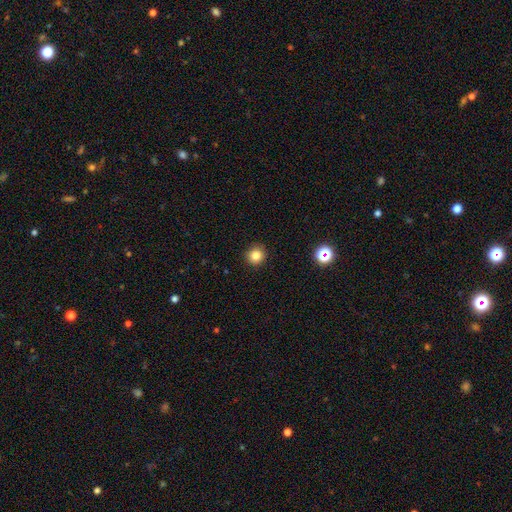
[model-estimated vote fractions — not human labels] Morphology: type=smooth (82%); roundness=round (93%); merging=none (91%).